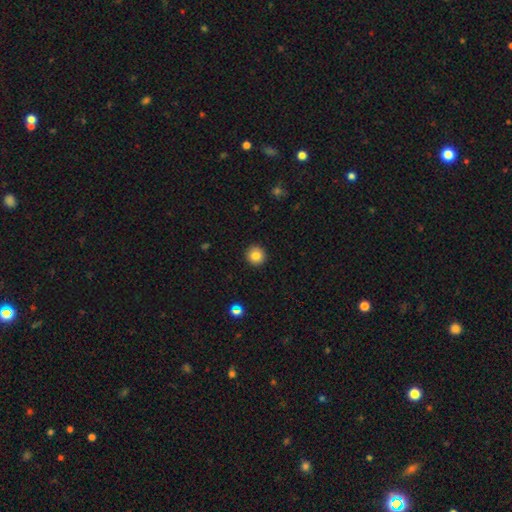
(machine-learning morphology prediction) A smooth galaxy with no disk features (83%) that is round (95%).

Vote fractions:
- Smooth or featured? smooth: 83% / star or artifact: 10% / featured or disk: 7%
- How rounded? round: 95% / in between: 4% / cigar-shaped: 1%
- Merging? none: 93% / minor disturbance: 5% / major disturbance: 1% / merger: 1%